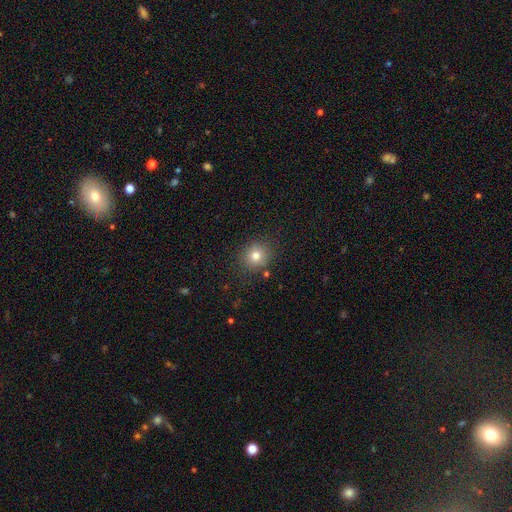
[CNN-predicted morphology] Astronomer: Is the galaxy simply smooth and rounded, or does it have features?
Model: smooth — 77%.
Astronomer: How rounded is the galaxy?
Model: round — 83%.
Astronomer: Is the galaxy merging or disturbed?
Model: none — 85%.